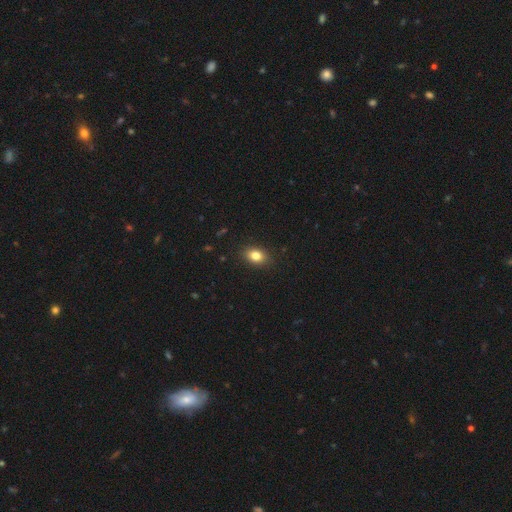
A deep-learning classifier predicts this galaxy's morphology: This is clearly a smooth galaxy (82%). How rounded: likely in between (77%). Merging: clearly none (88%).